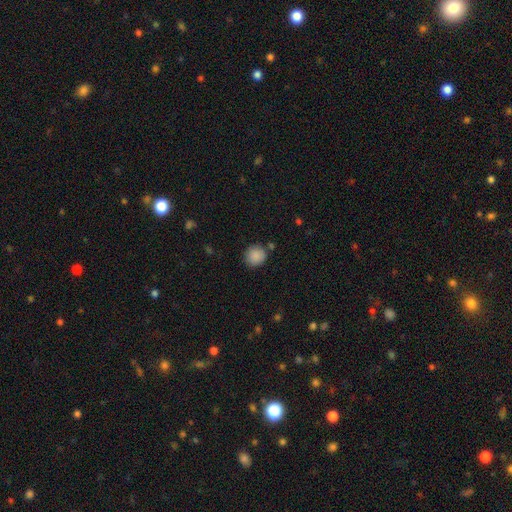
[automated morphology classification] type=smooth (88%); roundness=round (88%); merging=none (82%).